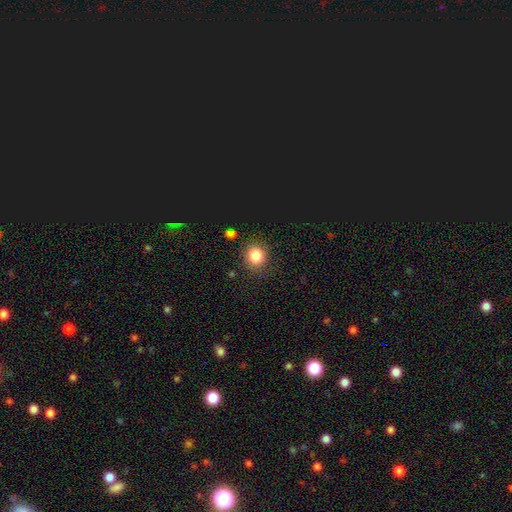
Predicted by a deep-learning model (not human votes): Overall: smooth (83%). How rounded: round (82%). Merging: none (85%).